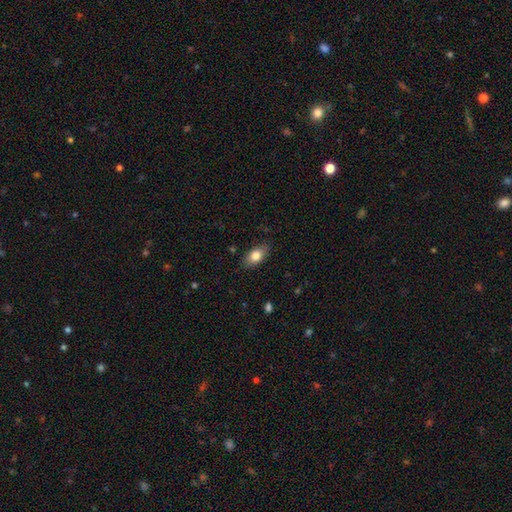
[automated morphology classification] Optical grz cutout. It shows a smooth galaxy with no disk features (81%) that is in between round and cigar-shaped (89%). Merging: none (84%).